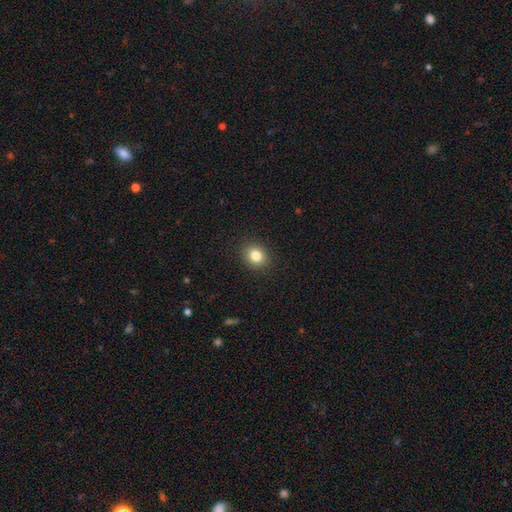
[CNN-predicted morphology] Smooth or featured? smooth (83%)
How rounded? round (68%)
Merging? none (90%)